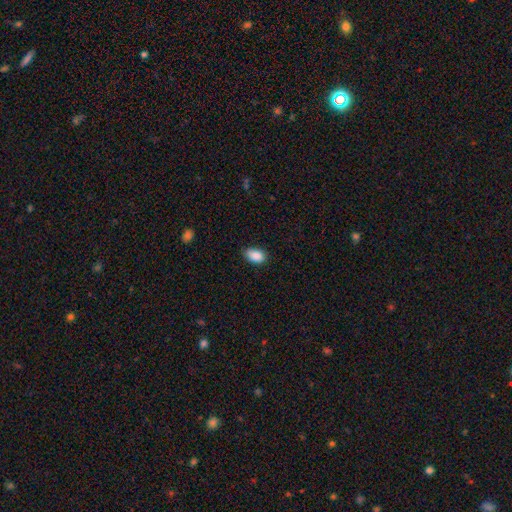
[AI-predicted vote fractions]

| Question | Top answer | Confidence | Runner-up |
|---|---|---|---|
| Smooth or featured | smooth | 89% | star or artifact (7%) |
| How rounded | in between | 91% | round (7%) |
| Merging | none | 80% | minor disturbance (17%) |